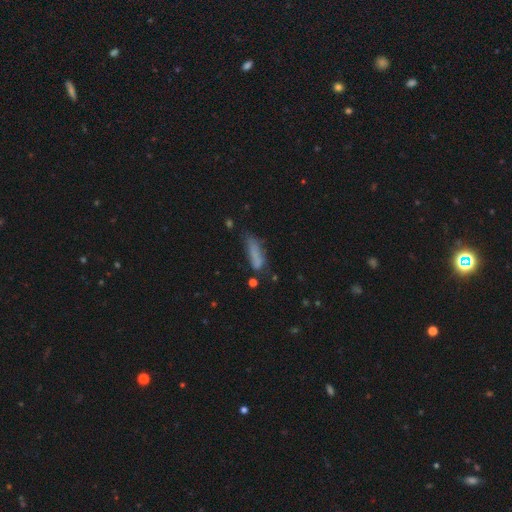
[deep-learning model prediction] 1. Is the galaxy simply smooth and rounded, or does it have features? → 72% smooth, 17% featured or disk, 11% star or artifact.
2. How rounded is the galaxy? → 64% cigar-shaped, 34% in between, 2% round.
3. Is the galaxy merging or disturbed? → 48% none, 30% minor disturbance, 15% major disturbance, 7% merger.